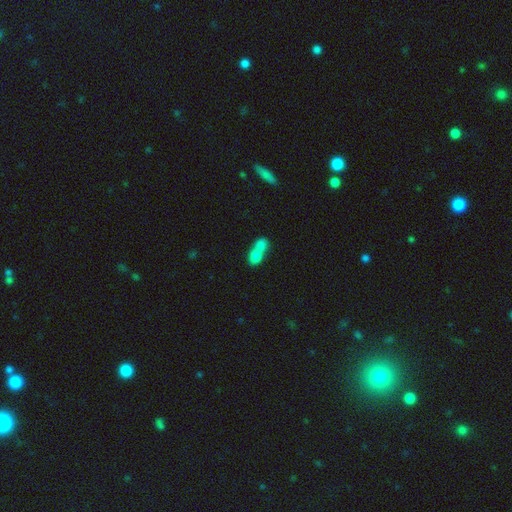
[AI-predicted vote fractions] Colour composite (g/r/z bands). It shows a smooth galaxy with no disk features (79%) that is in between round and cigar-shaped (59%). Merging: merger (74%).